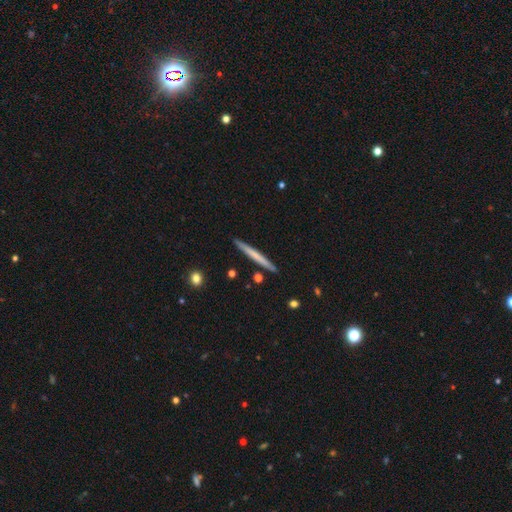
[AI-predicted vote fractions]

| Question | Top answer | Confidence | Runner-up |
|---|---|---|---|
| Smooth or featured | smooth | 57% | featured or disk (38%) |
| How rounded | cigar-shaped | 97% | in between (2%) |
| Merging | none | 91% | minor disturbance (6%) |